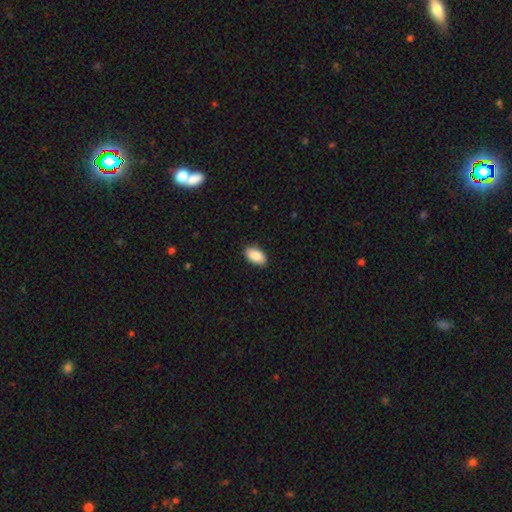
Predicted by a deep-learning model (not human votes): Smooth or featured?
  - smooth: 89% *
  - star or artifact: 6%
  - featured or disk: 4%
How rounded?
  - in between: 94% *
  - round: 3%
  - cigar-shaped: 2%
Merging?
  - none: 88% *
  - minor disturbance: 9%
  - major disturbance: 2%
  - merger: 1%